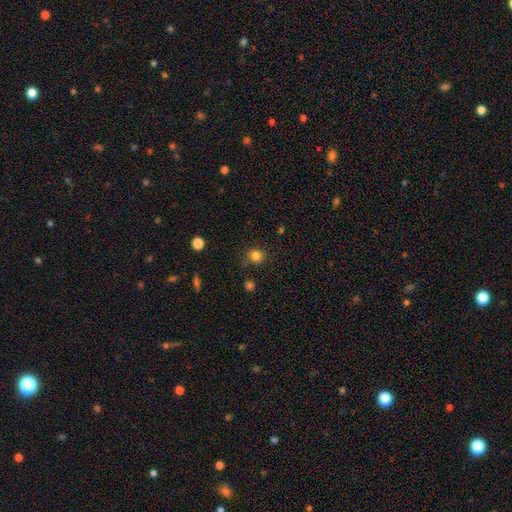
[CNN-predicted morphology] This is clearly a smooth galaxy (82%). How rounded: clearly round (83%). Merging: likely none (80%).